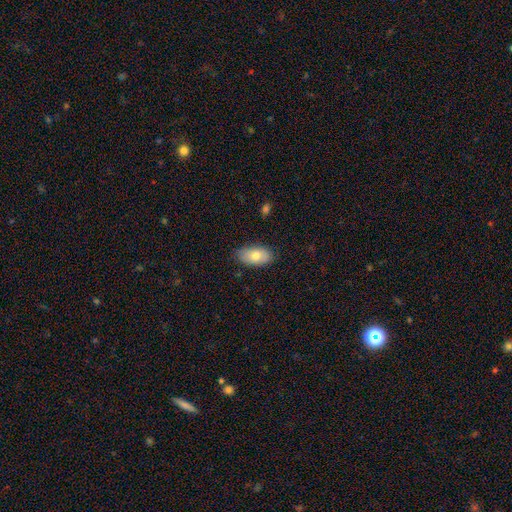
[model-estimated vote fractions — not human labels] Smooth or featured?
  - smooth: 76% *
  - featured or disk: 17%
  - star or artifact: 6%
How rounded?
  - in between: 94% *
  - round: 4%
  - cigar-shaped: 3%
Merging?
  - none: 83% *
  - minor disturbance: 14%
  - major disturbance: 2%
  - merger: 1%